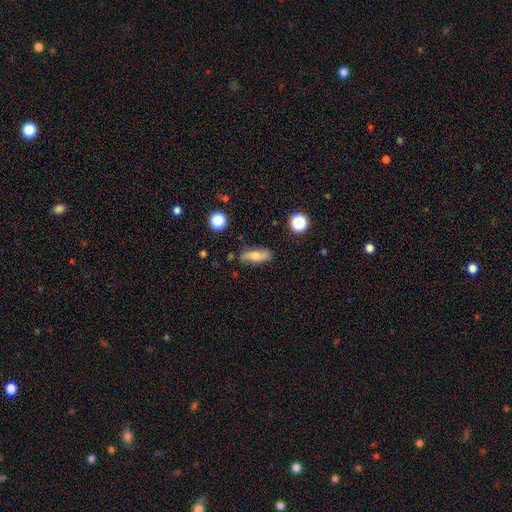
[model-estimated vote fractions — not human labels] Overall: smooth (64%; featured or disk 27%). How rounded: in between (60%; cigar-shaped 35%). Merging: none (76%).